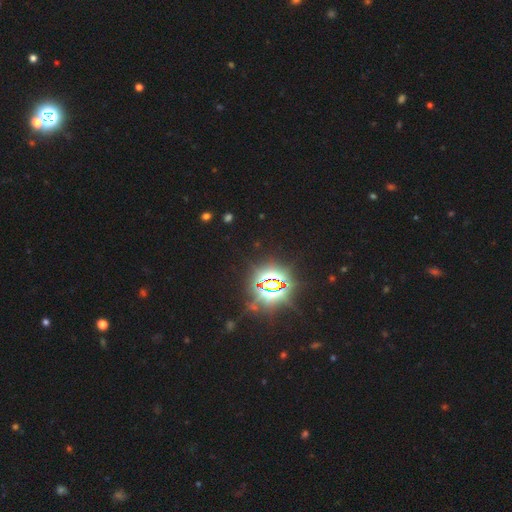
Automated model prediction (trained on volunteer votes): This appears to be a star or artifact, not a galaxy (85%).